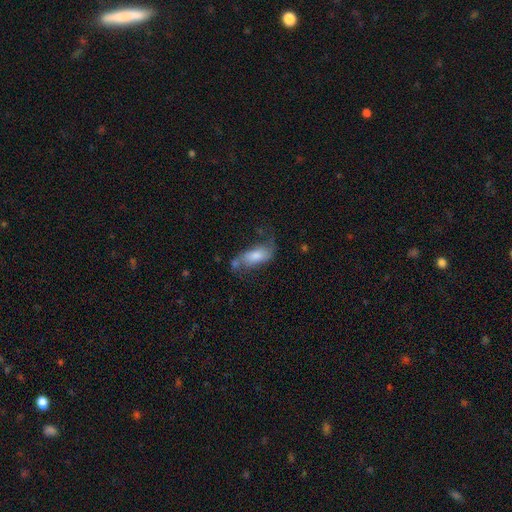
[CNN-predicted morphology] smooth_or_featured: smooth (p=0.55) [alt: featured or disk p=0.37]
how_rounded: in between (p=0.79) [alt: cigar-shaped p=0.18]
merging: none (p=0.42) [alt: minor disturbance p=0.27]